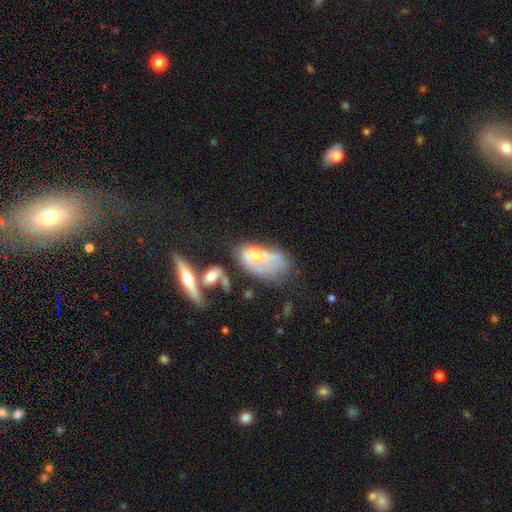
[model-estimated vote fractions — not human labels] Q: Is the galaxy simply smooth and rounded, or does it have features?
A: smooth — 46%.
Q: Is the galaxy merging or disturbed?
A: major disturbance — 34%.